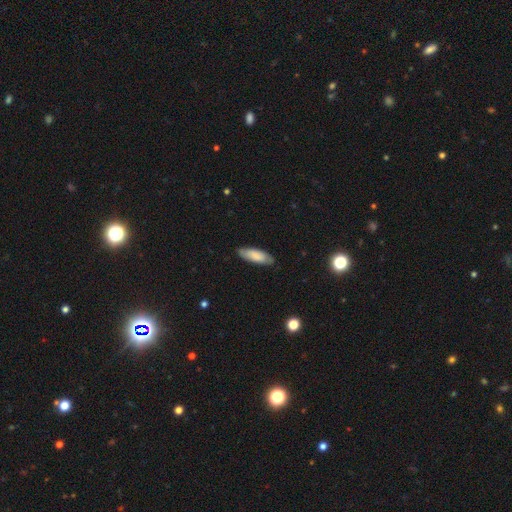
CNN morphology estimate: smooth_or_featured: smooth (p=0.80) [alt: featured or disk p=0.15]
how_rounded: in between (p=0.62) [alt: cigar-shaped p=0.36]
merging: none (p=0.84) [alt: minor disturbance p=0.12]